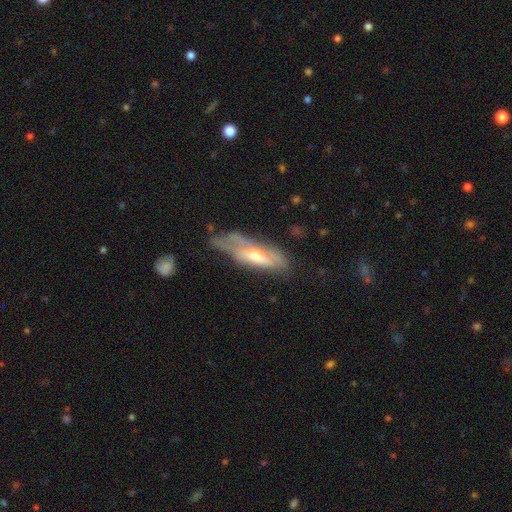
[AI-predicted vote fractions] Smooth or featured: featured or disk — 61% (smooth — 32%)
Edge-on disk: no — 63% (yes — 37%)
Merging: none — 40% (minor disturbance — 32%)